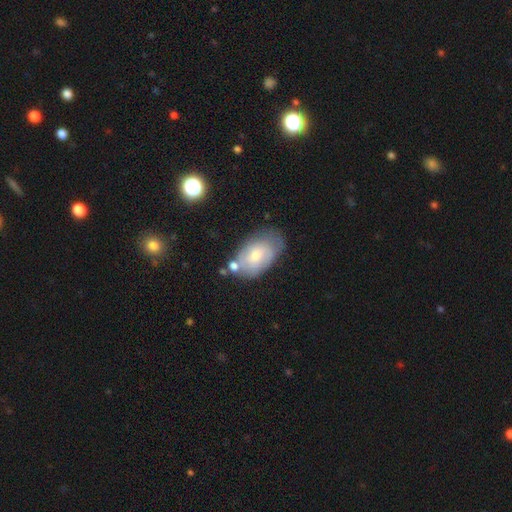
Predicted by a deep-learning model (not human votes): This appears to be a smooth galaxy with no disk features (52%) that is in between round and cigar-shaped (90%). Merging: none (57%).